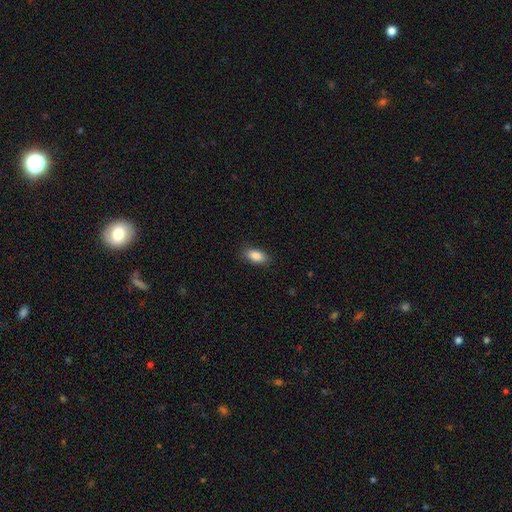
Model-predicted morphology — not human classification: A smooth galaxy with no disk features (88%) that is in between round and cigar-shaped (90%). Merging: none (87%).